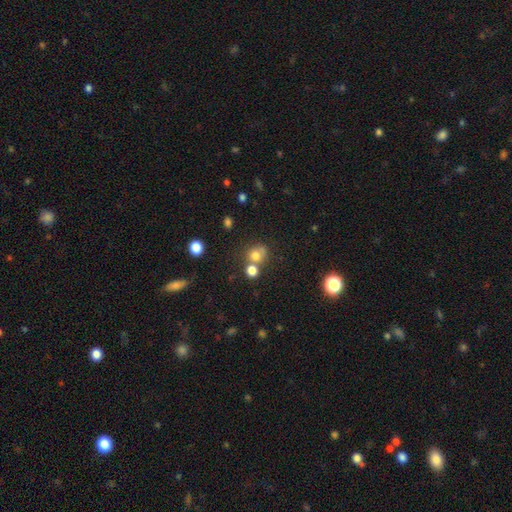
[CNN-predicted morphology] A smooth galaxy with no disk features (74%) that is round (78%).

Vote fractions:
- Smooth or featured? smooth: 74% / star or artifact: 16% / featured or disk: 10%
- How rounded? round: 78% / in between: 21% / cigar-shaped: 1%
- Merging? none: 50% / merger: 32% / minor disturbance: 12% / major disturbance: 6%